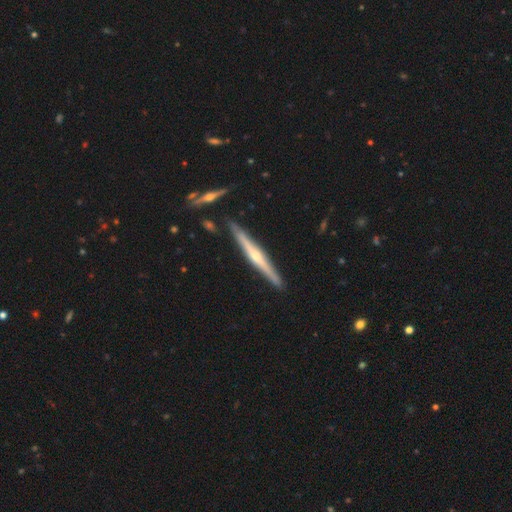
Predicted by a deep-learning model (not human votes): The model was most divided on "smooth or featured": featured or disk: 75%, smooth: 19%, star or artifact: 5%. More confident: edge-on disk — yes (97%); merging — none (88%); edge-on bulge — rounded (79%).